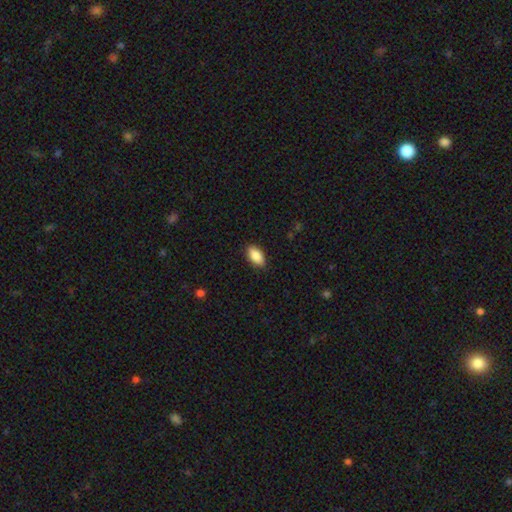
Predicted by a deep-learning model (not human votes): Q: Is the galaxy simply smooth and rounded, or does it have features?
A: smooth — 88%.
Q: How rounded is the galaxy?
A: in between — 93%.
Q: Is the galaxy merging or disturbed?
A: none — 88%.